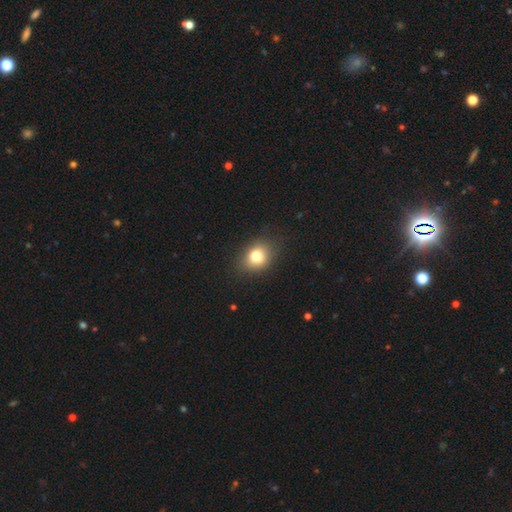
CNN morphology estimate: Smooth or featured?
  - smooth: 79% *
  - star or artifact: 11%
  - featured or disk: 10%
How rounded?
  - in between: 53% *
  - round: 46%
  - cigar-shaped: 1%
Merging?
  - none: 79% *
  - minor disturbance: 15%
  - major disturbance: 4%
  - merger: 2%